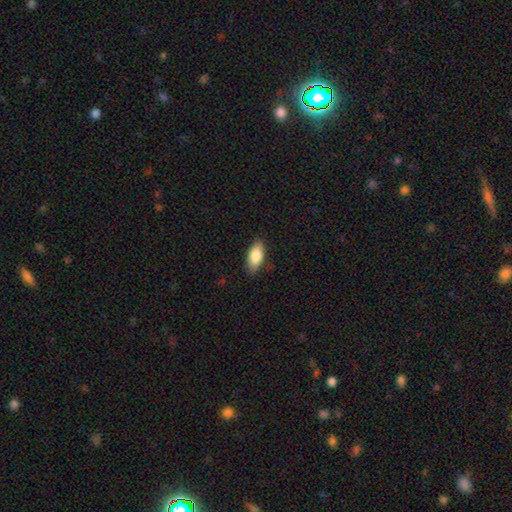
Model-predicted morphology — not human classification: Smooth or featured?
  - smooth: 83% *
  - featured or disk: 11%
  - star or artifact: 6%
How rounded?
  - in between: 86% *
  - cigar-shaped: 11%
  - round: 3%
Merging?
  - none: 85% *
  - minor disturbance: 12%
  - major disturbance: 2%
  - merger: 1%